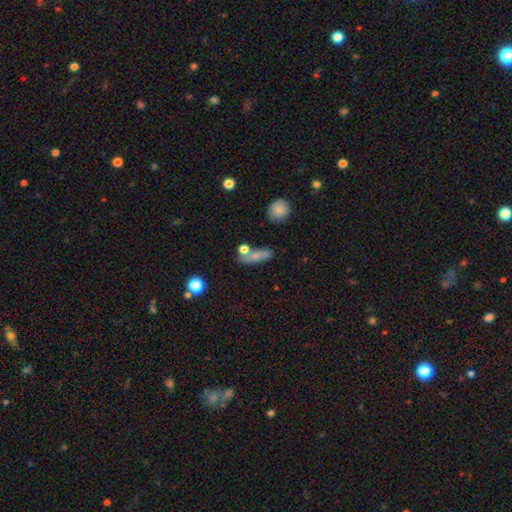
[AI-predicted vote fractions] Smooth or featured? smooth (73%)
How rounded? cigar-shaped (50%)
Merging? none (62%)